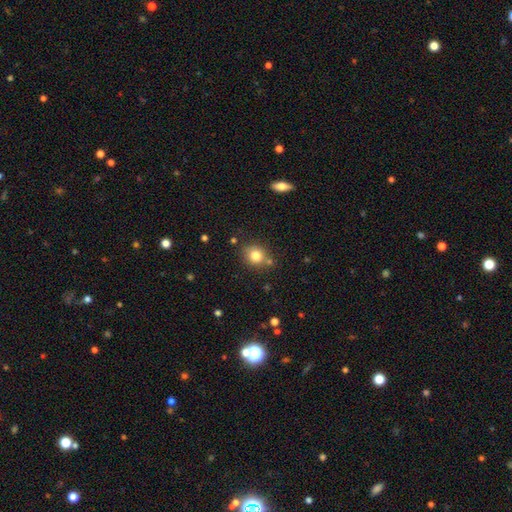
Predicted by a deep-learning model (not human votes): Smooth or featured?
  - smooth: 80% *
  - star or artifact: 11%
  - featured or disk: 9%
How rounded?
  - round: 77% *
  - in between: 23%
  - cigar-shaped: 1%
Merging?
  - none: 74% *
  - minor disturbance: 13%
  - merger: 10%
  - major disturbance: 3%